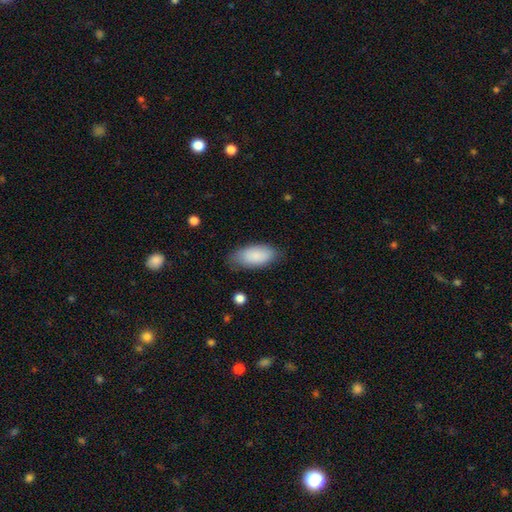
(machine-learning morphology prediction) Smooth or featured?
  - smooth: 87% *
  - featured or disk: 7%
  - star or artifact: 6%
How rounded?
  - in between: 91% *
  - cigar-shaped: 7%
  - round: 2%
Merging?
  - none: 76% *
  - minor disturbance: 19%
  - major disturbance: 4%
  - merger: 1%